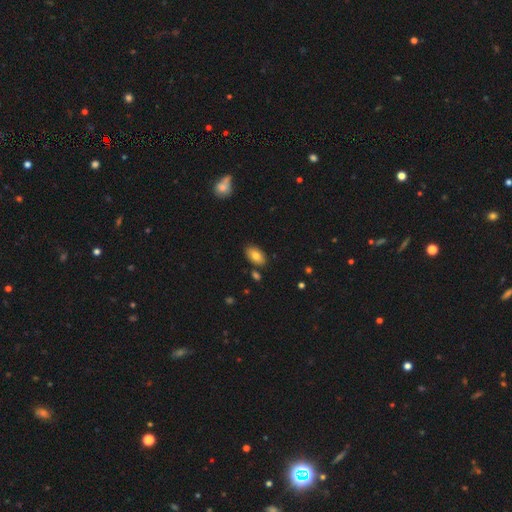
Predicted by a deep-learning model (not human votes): smooth_or_featured: smooth (p=0.81) [alt: featured or disk p=0.11]
how_rounded: in between (p=0.93) [alt: round p=0.06]
merging: none (p=0.84) [alt: minor disturbance p=0.10]